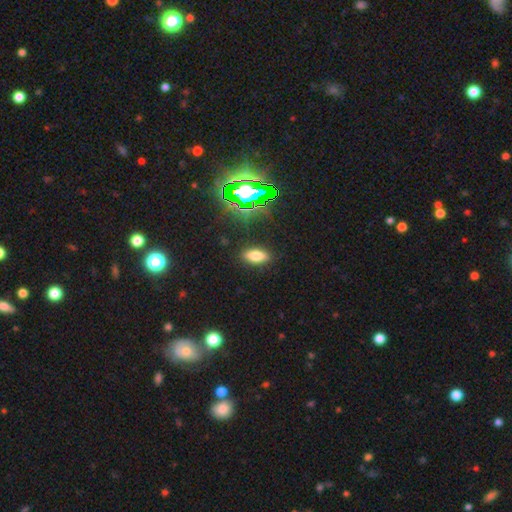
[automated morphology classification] This appears to be a smooth galaxy with no disk features (70%) that is in between round and cigar-shaped (82%). Merging: none (89%).